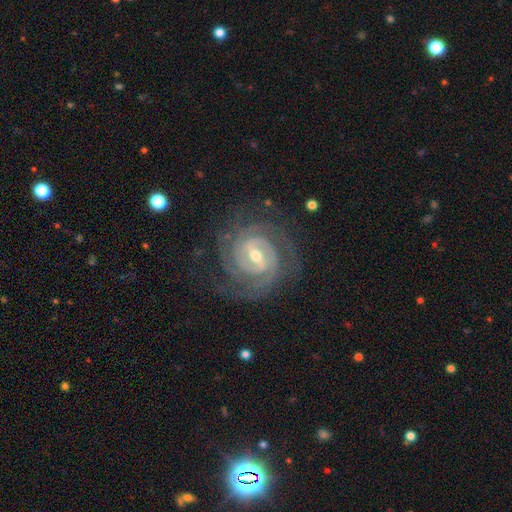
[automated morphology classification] featured or disk 92%, star or artifact 4%, smooth 3%. Down the decision tree: edge-on disk — no (97%); bar — weak (47%); spiral arms — yes (98%); spiral arm count — 2 (49%); spiral winding — tight (78%); bulge size — moderate (50%); merging — none (78%).